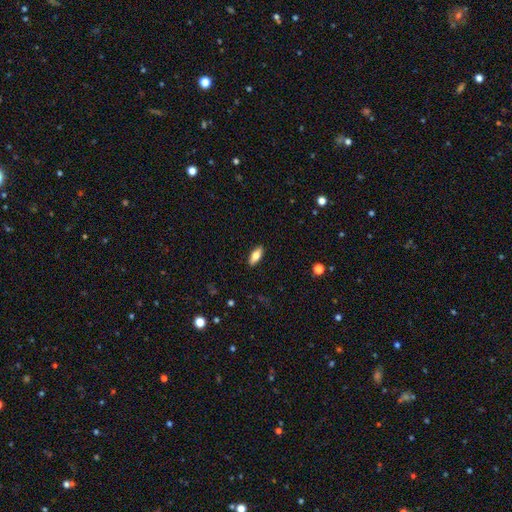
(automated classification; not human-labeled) Morphology: type=smooth (72%); roundness=in between (80%); merging=none (89%).